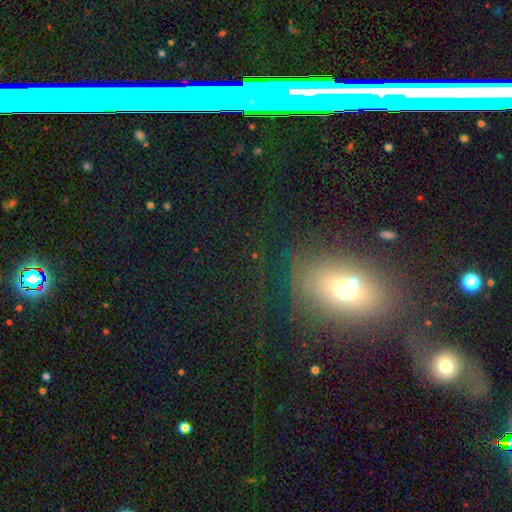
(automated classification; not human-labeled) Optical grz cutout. It shows a smooth galaxy with no disk features (42%). Merging: none (66%).